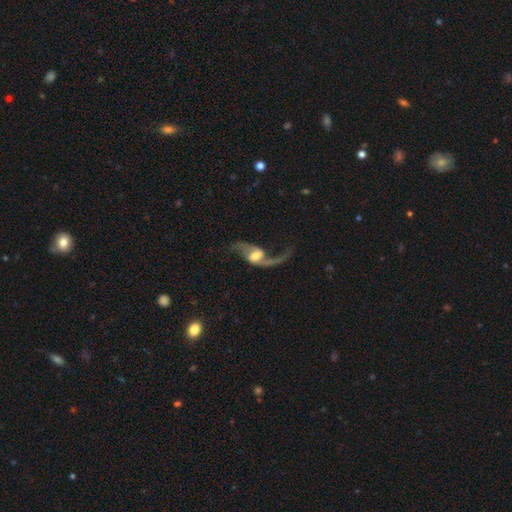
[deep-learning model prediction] smooth-or-featured: featured or disk: 88% | smooth: 6% | star or artifact: 5%
  disk-edge-on: no: 96% | yes: 4%
    bar: weak: 46% | no: 33% | strong: 22%
    has-spiral-arms: yes: 96% | no: 4%
      spiral-winding: loose: 88% | medium: 10% | tight: 2%
      spiral-arm-count: 2: 91% | 1: 5% | can't tell: 1% | 3: 1% | 4: 1% | more than 4: 1%
    bulge-size: moderate: 55% | small: 19% | large: 18% | none: 4% | dominant: 3%
  merging: none: 66% | major disturbance: 16% | minor disturbance: 14% | merger: 4%